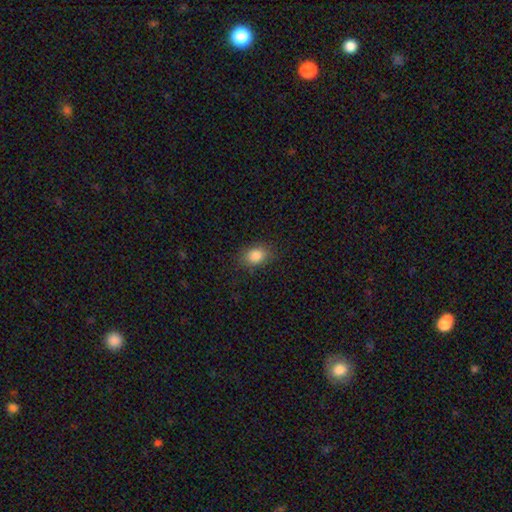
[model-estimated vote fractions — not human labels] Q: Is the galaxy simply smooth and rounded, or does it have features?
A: smooth — 85%.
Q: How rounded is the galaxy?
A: in between — 71%.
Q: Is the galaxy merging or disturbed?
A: none — 83%.